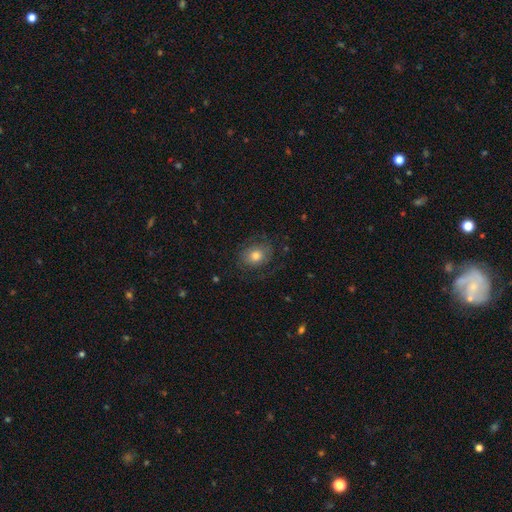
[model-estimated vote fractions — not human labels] Smooth or featured? smooth (67%)
How rounded? round (52%)
Merging? none (72%)